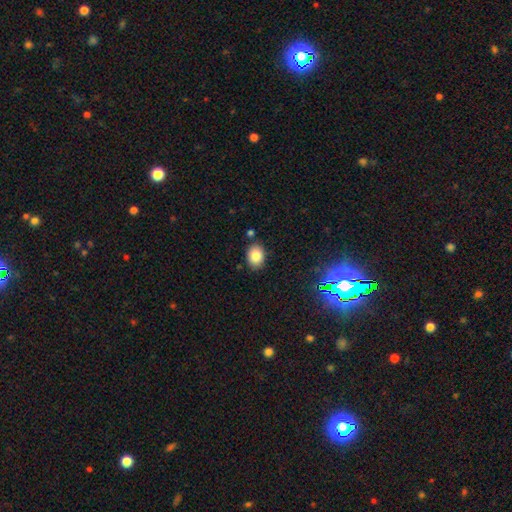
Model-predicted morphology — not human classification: smooth_or_featured: smooth (p=0.82) [alt: star or artifact p=0.10]
how_rounded: in between (p=0.70) [alt: round p=0.29]
merging: none (p=0.84) [alt: minor disturbance p=0.10]